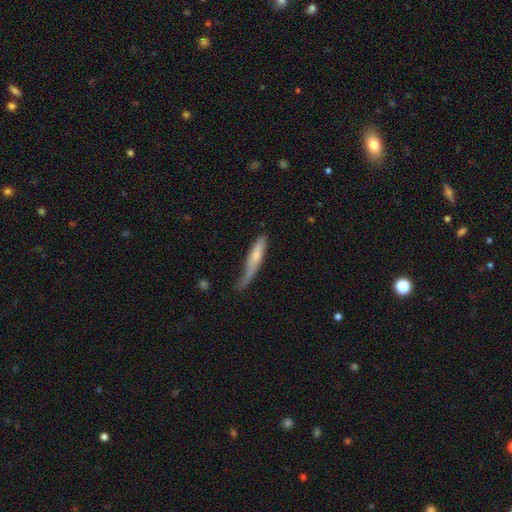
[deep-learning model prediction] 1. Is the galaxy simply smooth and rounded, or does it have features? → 58% smooth, 36% featured or disk, 5% star or artifact.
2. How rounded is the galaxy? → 85% cigar-shaped, 13% in between, 2% round.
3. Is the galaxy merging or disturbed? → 38% none, 36% minor disturbance, 22% major disturbance, 4% merger.